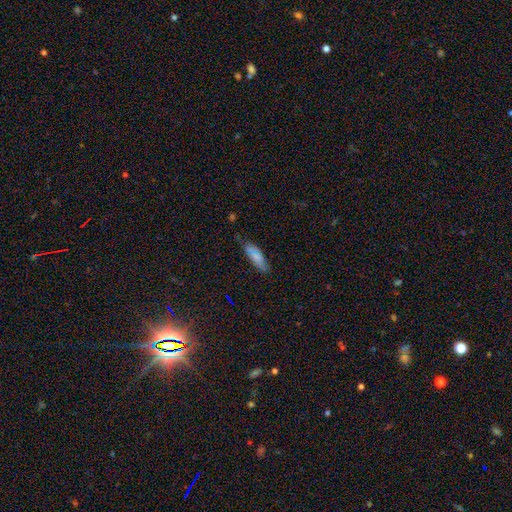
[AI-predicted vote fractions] Smooth or featured? Predicted: smooth (p=0.74). How rounded? Predicted: in between (p=0.60). Merging? Predicted: none (p=0.69).